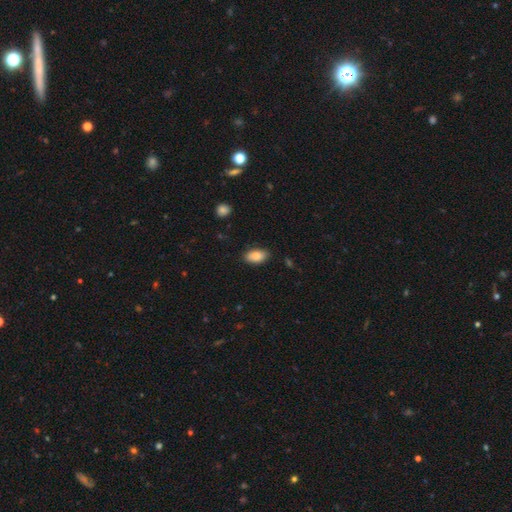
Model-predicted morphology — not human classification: smooth-or-featured: smooth: 81% | featured or disk: 12% | star or artifact: 7%
  how-rounded: in between: 93% | round: 5% | cigar-shaped: 2%
  merging: none: 85% | minor disturbance: 12% | major disturbance: 2% | merger: 1%